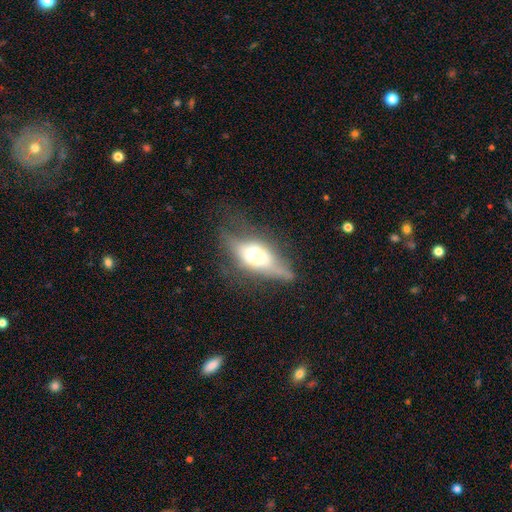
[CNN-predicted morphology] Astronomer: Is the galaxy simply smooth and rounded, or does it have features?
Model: featured or disk — 51% (runner-up: smooth, 39%).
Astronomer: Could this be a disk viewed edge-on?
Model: yes — 71%.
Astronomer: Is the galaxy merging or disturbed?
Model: none — 54%.